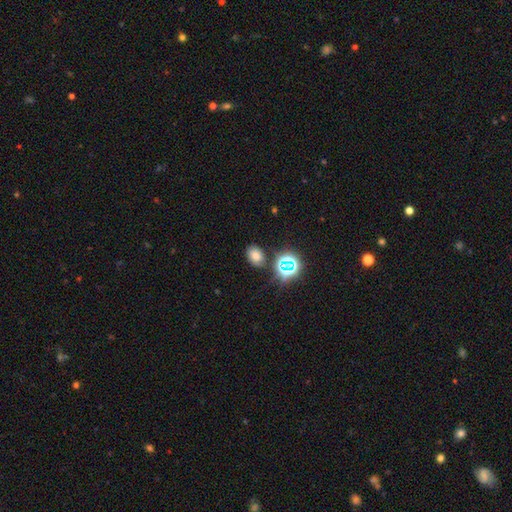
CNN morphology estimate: Smooth or featured? Predicted: smooth (p=0.68). How rounded? Predicted: in between (p=0.70). Merging? Predicted: none (p=0.81).